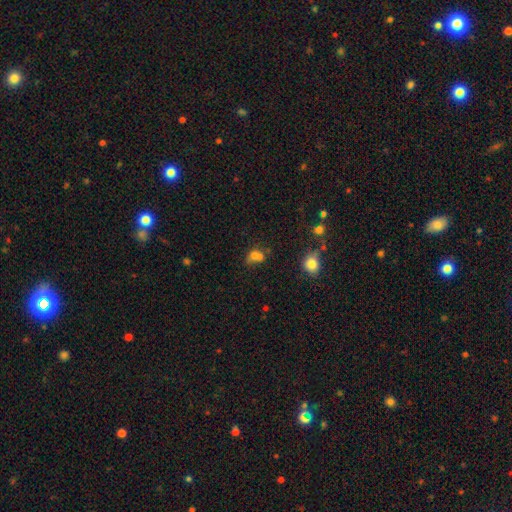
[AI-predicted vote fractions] Smooth or featured?
  - smooth: 70% *
  - star or artifact: 15%
  - featured or disk: 15%
How rounded?
  - round: 54% *
  - in between: 45%
  - cigar-shaped: 2%
Merging?
  - merger: 47% *
  - none: 32%
  - minor disturbance: 14%
  - major disturbance: 8%